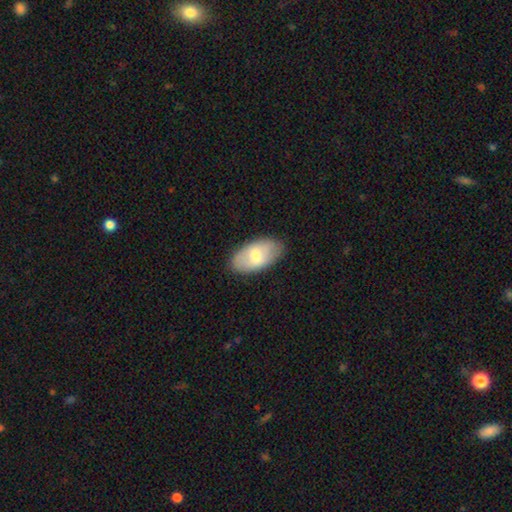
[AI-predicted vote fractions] This is likely a smooth galaxy (64%). How rounded: clearly in between (94%). Merging: clearly none (84%).